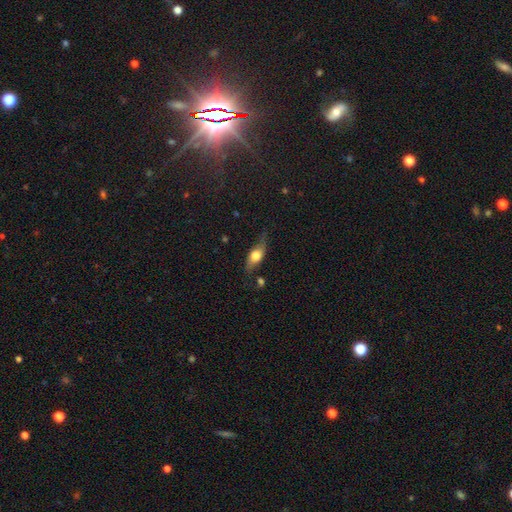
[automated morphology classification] Smooth or featured: smooth — 57% (featured or disk — 36%)
How rounded: in between — 72% (cigar-shaped — 20%)
Merging: none — 61% (minor disturbance — 27%)